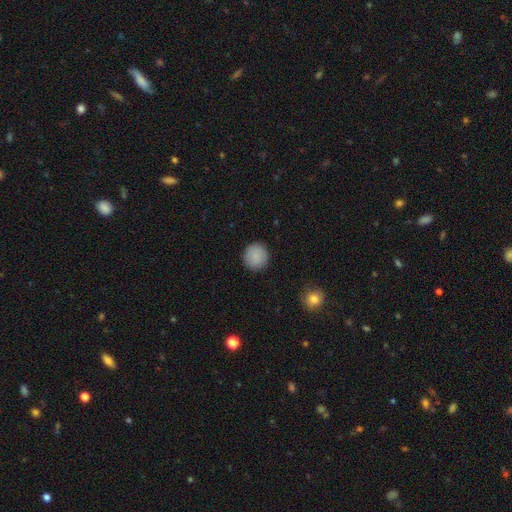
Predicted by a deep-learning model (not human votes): This appears to be a smooth galaxy with no disk features (88%) that is round (93%). Merging: none (91%).